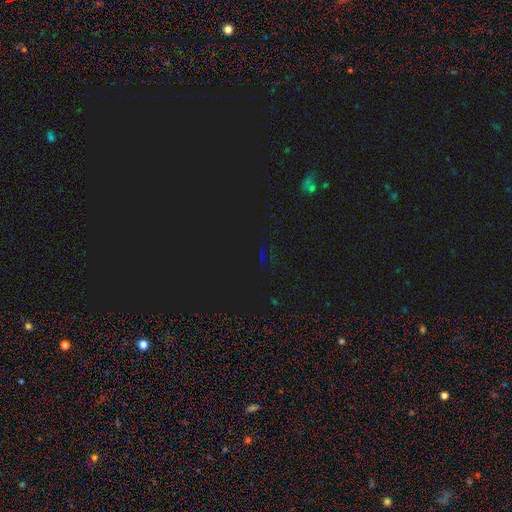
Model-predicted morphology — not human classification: Q: Smooth or featured?
A: star or artifact (80%); runner-up: smooth (12%)